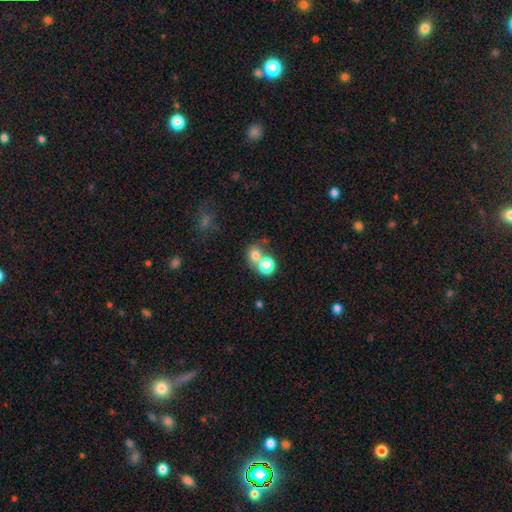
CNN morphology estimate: smooth_or_featured: smooth (p=0.74) [alt: star or artifact p=0.14]
how_rounded: round (p=0.75) [alt: in between p=0.24]
merging: merger (p=0.49) [alt: none p=0.39]